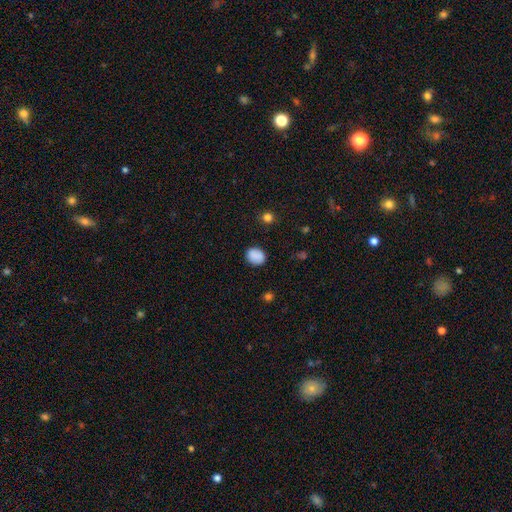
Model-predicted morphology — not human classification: Smooth or featured? Predicted: smooth (p=0.87). How rounded? Predicted: round (p=0.62). Merging? Predicted: none (p=0.85).